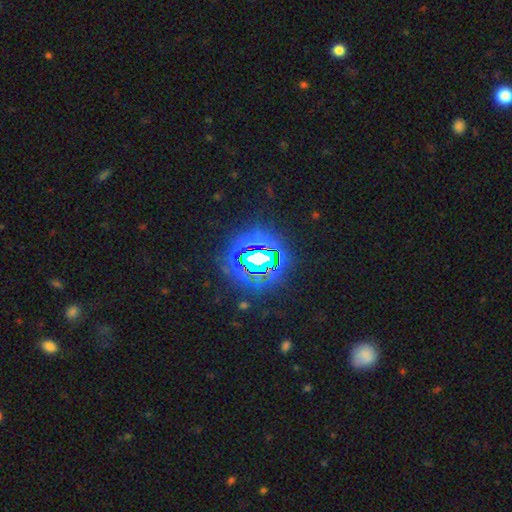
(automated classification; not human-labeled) star or artifact 79%, smooth 12%, featured or disk 10%.